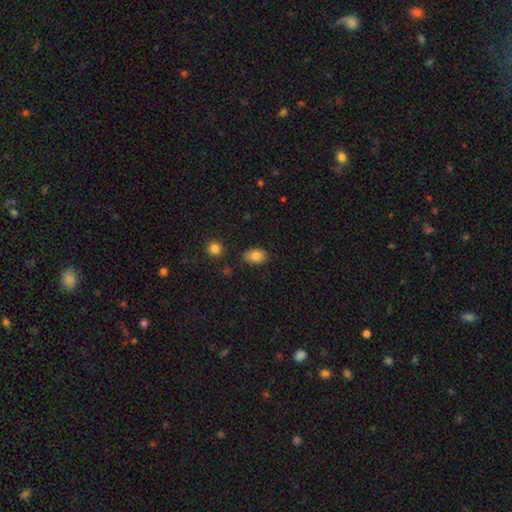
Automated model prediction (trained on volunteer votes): A smooth galaxy with no disk features (84%) that is in between round and cigar-shaped (86%). Merging: none (79%).